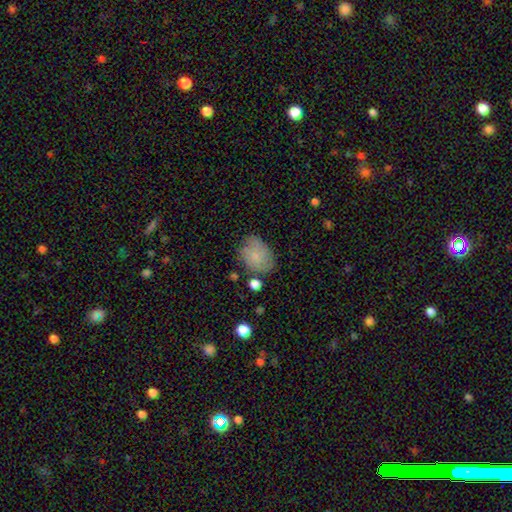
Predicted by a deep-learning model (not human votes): Smooth or featured: smooth — 69% (featured or disk — 23%)
How rounded: in between — 65% (round — 34%)
Merging: none — 65% (minor disturbance — 23%)